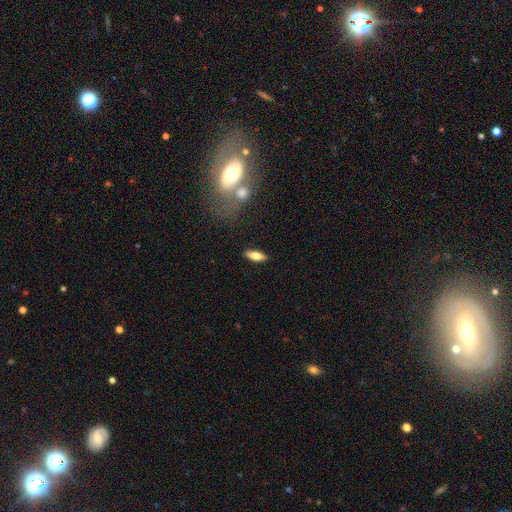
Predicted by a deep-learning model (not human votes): Overall: smooth (68%). How rounded: in between (68%; cigar-shaped 29%). Merging: none (87%).